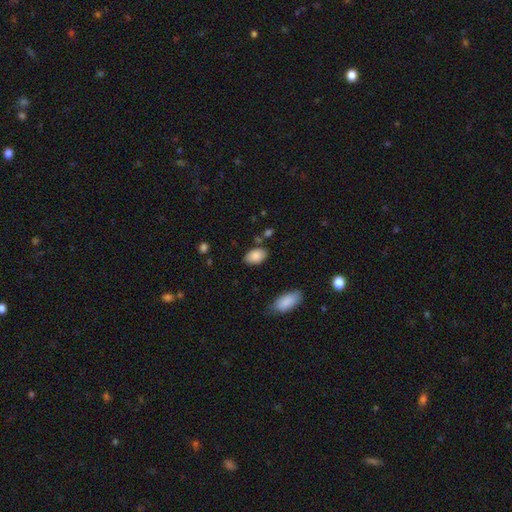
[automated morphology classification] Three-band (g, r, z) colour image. It shows a smooth galaxy with no disk features (88%) that is in between round and cigar-shaped (92%). Merging: none (78%).